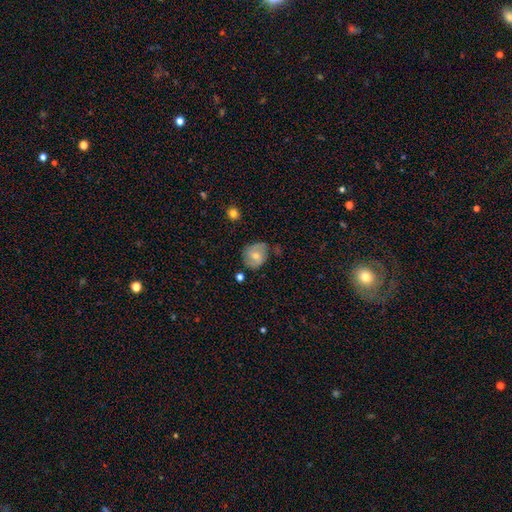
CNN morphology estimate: smooth 51%, featured or disk 41%, star or artifact 8%. Down the decision tree: how rounded — round (71%); merging — none (62%).